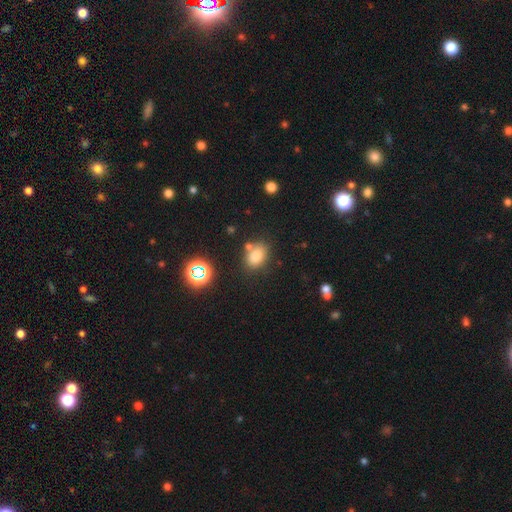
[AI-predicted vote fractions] Overall: smooth (78%). How rounded: in between (75%). Merging: none (70%).